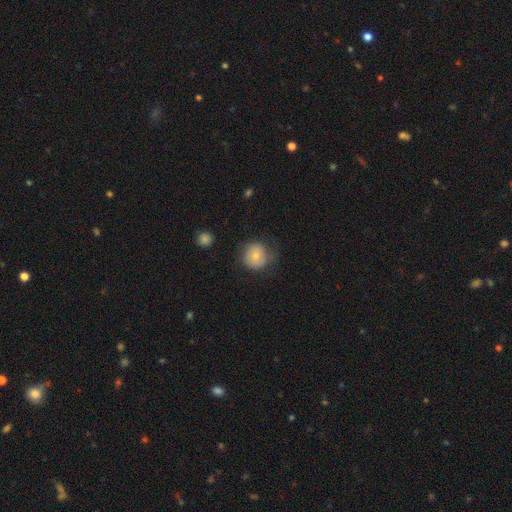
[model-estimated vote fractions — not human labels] A smooth galaxy with no disk features (72%) that is round (88%).

Vote fractions:
- Smooth or featured? smooth: 72% / featured or disk: 20% / star or artifact: 8%
- How rounded? round: 88% / in between: 11% / cigar-shaped: 1%
- Merging? none: 63% / minor disturbance: 24% / major disturbance: 12% / merger: 2%